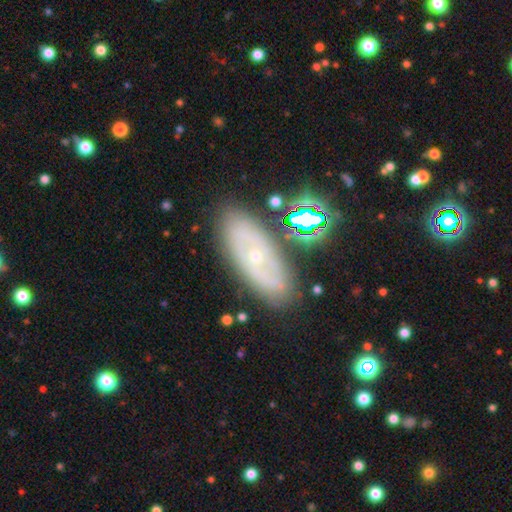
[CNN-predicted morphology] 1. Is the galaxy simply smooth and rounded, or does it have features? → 66% featured or disk, 24% smooth, 10% star or artifact.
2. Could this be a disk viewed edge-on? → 84% no, 16% yes.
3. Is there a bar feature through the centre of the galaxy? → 79% no, 15% weak, 6% strong.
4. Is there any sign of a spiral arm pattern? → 58% yes, 42% no.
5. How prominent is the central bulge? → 76% small, 21% moderate, 1% none, 1% large, 1% dominant.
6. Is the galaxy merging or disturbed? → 81% none, 12% minor disturbance, 4% merger, 3% major disturbance.